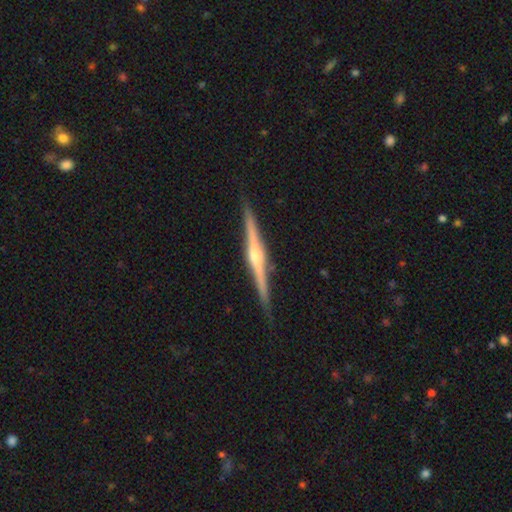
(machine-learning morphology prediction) A featured or disk galaxy (84%) viewed edge-on (99%) with a rounded central bulge (85%). Merging: none (90%).